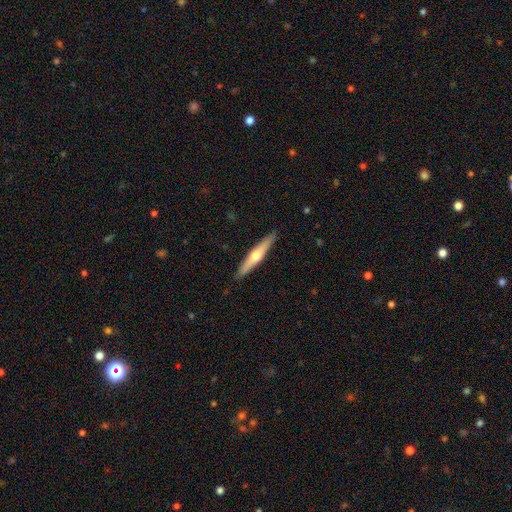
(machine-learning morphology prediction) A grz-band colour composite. It shows a featured or disk galaxy (56%) viewed edge-on (95%) with a rounded central bulge (90%). Merging: none (90%).